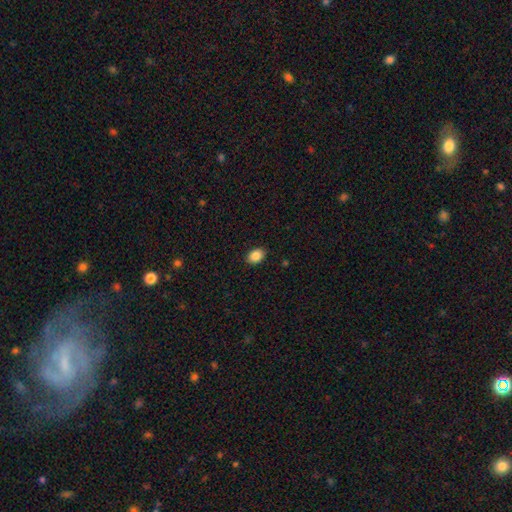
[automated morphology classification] Overall: smooth (87%). How rounded: in between (77%). Merging: none (90%).